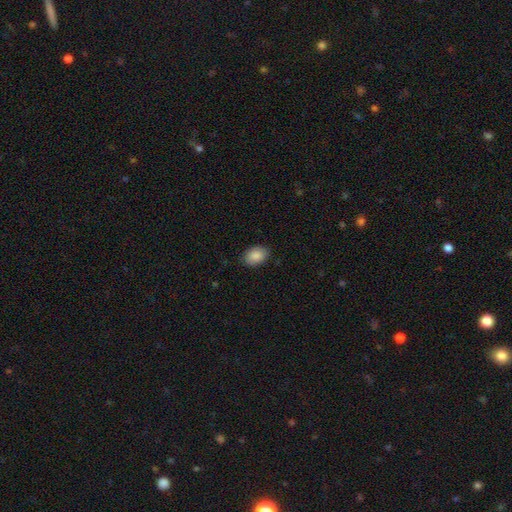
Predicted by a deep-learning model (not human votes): Smooth or featured? smooth (89%)
How rounded? in between (83%)
Merging? none (86%)